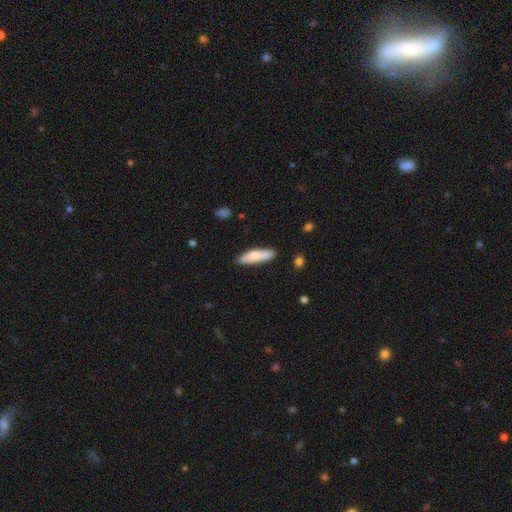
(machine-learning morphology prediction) A smooth galaxy with no disk features (72%) that is cigar-shaped (65%). Merging: none (81%).